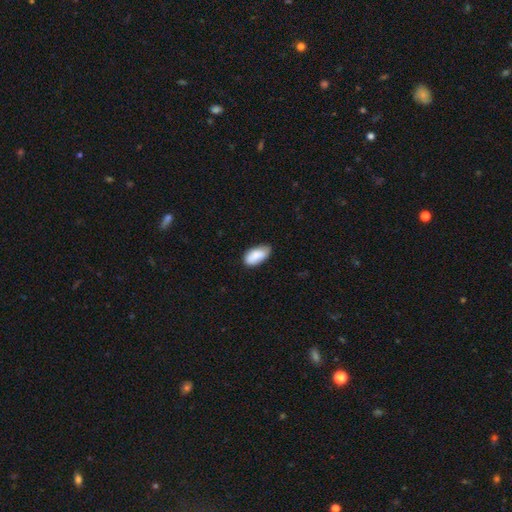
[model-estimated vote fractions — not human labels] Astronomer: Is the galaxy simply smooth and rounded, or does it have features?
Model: smooth — 86%.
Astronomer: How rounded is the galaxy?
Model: in between — 94%.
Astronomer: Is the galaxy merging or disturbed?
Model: none — 68%.